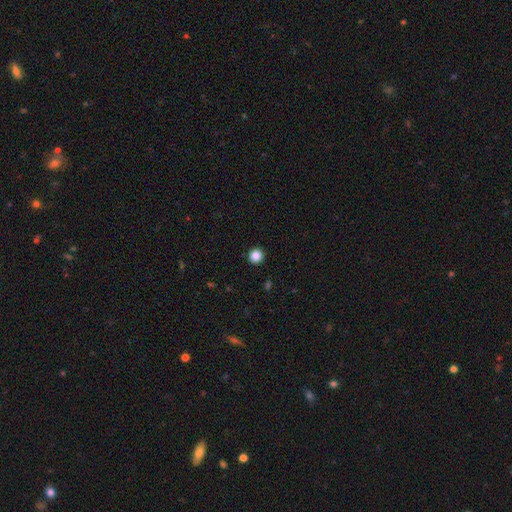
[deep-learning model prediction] smooth_or_featured: smooth (p=0.86) [alt: star or artifact p=0.11]
how_rounded: round (p=0.96) [alt: in between p=0.03]
merging: none (p=0.94) [alt: minor disturbance p=0.04]